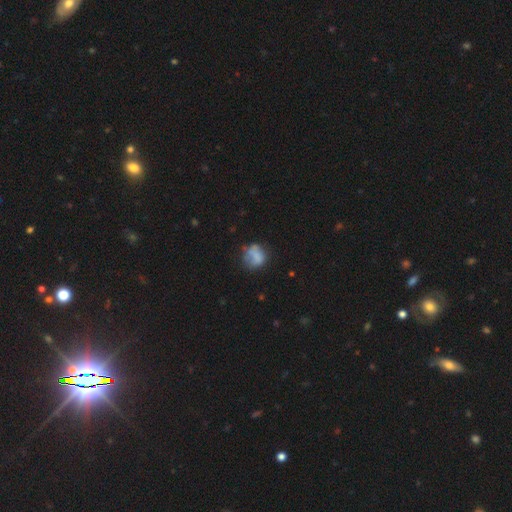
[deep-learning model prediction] Morphology: type=smooth (70%); roundness=round (69%); merging=none (47%).